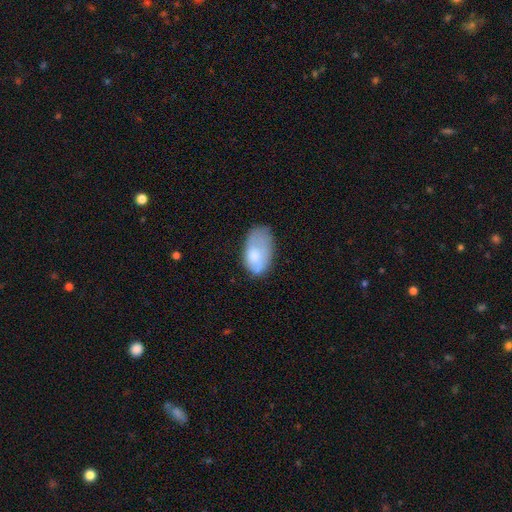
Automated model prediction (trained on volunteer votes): Morphology: type=smooth (69%); roundness=in between (93%); merging=none (39%).